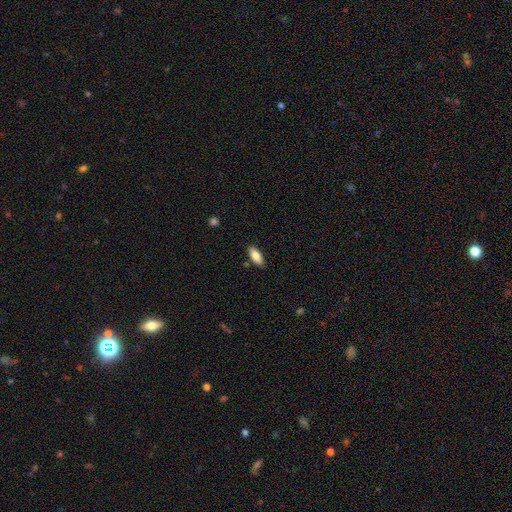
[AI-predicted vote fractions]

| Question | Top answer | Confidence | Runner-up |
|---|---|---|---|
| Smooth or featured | smooth | 82% | featured or disk (11%) |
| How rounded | in between | 77% | cigar-shaped (21%) |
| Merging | none | 86% | minor disturbance (10%) |